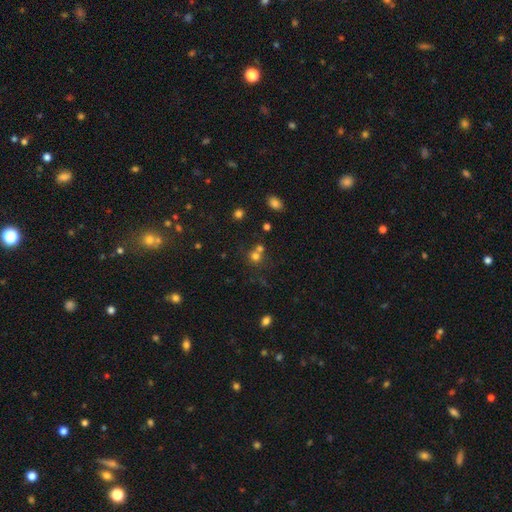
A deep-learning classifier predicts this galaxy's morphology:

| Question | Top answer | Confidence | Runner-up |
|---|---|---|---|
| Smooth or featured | smooth | 69% | star or artifact (20%) |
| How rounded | round | 86% | in between (13%) |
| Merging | none | 50% | merger (39%) |